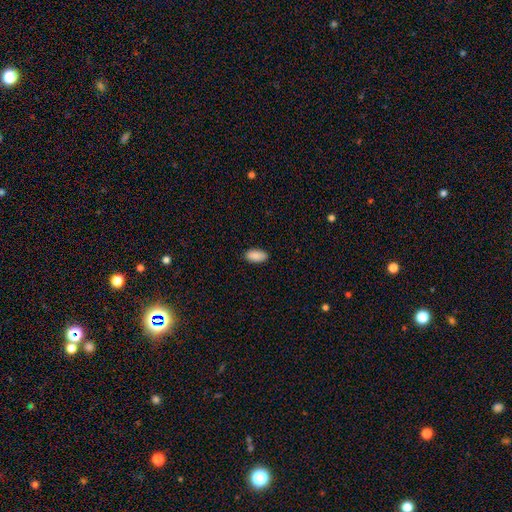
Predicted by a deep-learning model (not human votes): Smooth or featured? smooth (90%)
How rounded? in between (94%)
Merging? none (89%)